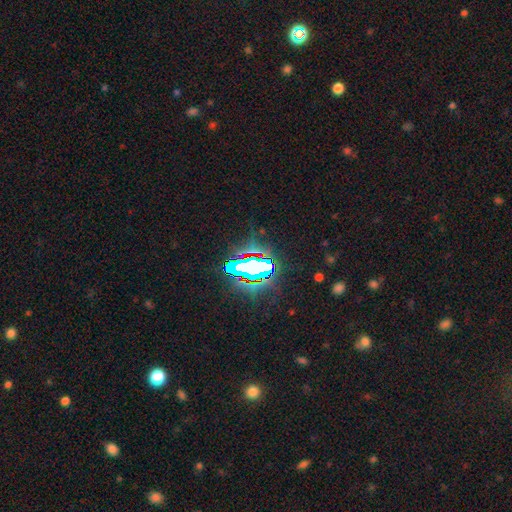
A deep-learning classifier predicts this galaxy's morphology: Overall: star or artifact (82%).